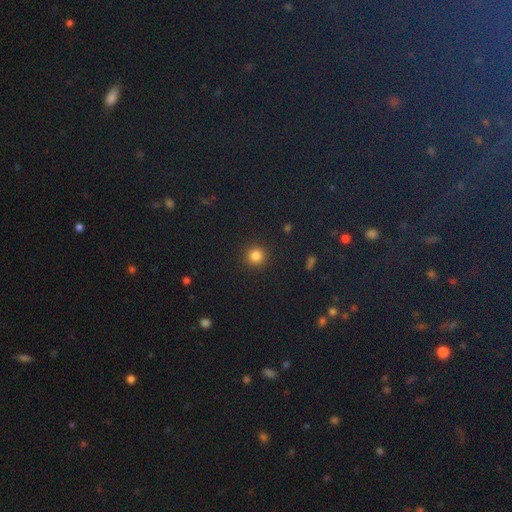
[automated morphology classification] Smooth or featured?
  - smooth: 83% *
  - star or artifact: 13%
  - featured or disk: 4%
How rounded?
  - round: 94% *
  - in between: 5%
  - cigar-shaped: 1%
Merging?
  - none: 92% *
  - minor disturbance: 5%
  - major disturbance: 2%
  - merger: 1%